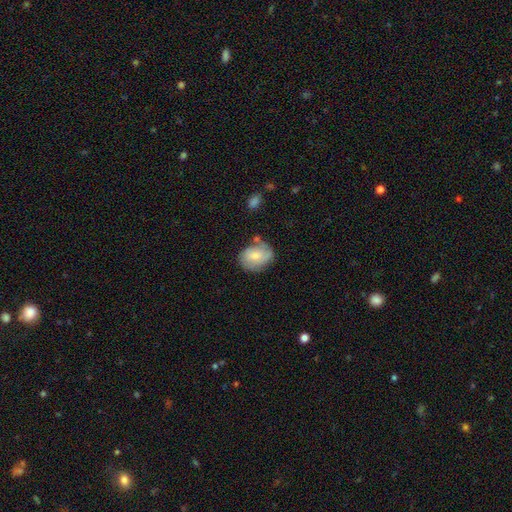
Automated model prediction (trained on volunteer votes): smooth-or-featured: smooth: 67% | featured or disk: 26% | star or artifact: 7%
  how-rounded: in between: 56% | round: 43% | cigar-shaped: 1%
  merging: none: 58% | minor disturbance: 25% | merger: 8% | major disturbance: 8%